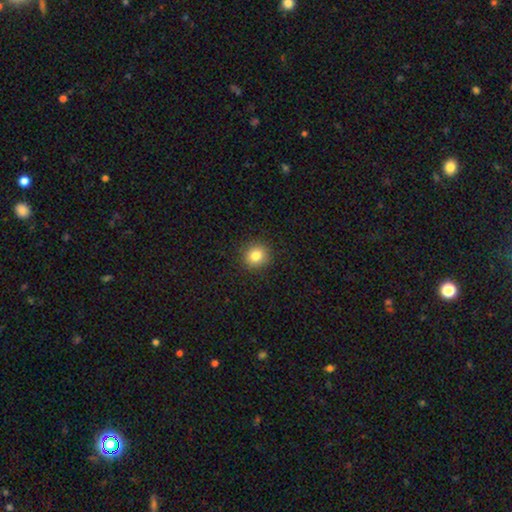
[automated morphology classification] type=smooth (83%); roundness=round (87%); merging=none (91%).